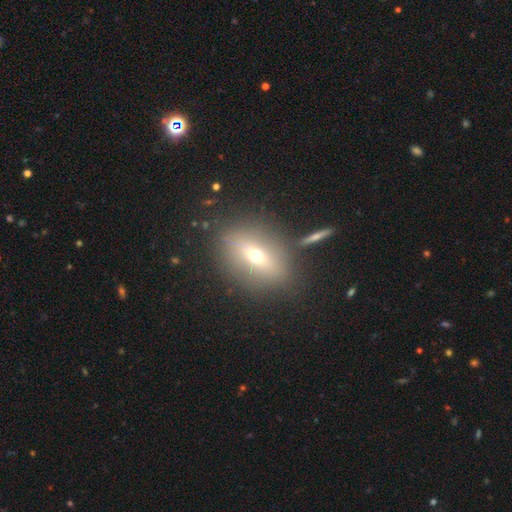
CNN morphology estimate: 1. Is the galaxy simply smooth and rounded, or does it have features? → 51% smooth, 34% featured or disk, 15% star or artifact.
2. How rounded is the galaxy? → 58% in between, 36% round, 6% cigar-shaped.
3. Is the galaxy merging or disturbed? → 80% none, 10% minor disturbance, 5% major disturbance, 5% merger.